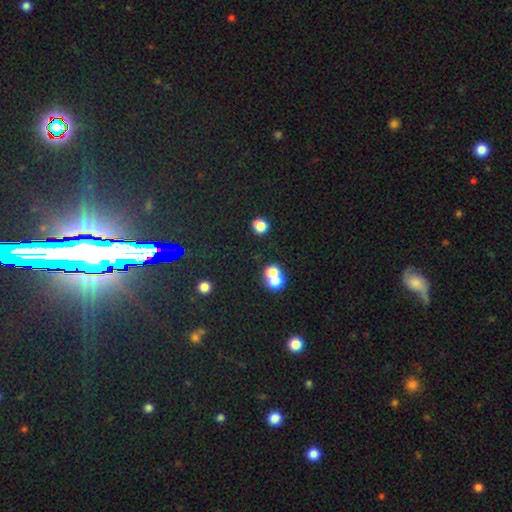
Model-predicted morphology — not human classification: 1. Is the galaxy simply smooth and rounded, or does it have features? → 76% star or artifact, 12% smooth, 11% featured or disk.